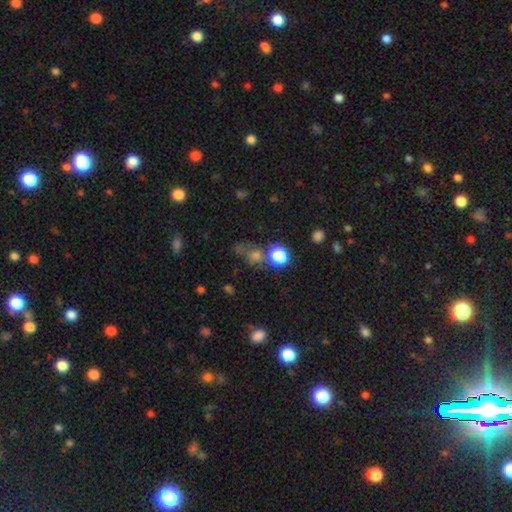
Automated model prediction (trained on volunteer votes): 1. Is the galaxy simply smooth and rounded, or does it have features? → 58% smooth, 31% star or artifact, 11% featured or disk.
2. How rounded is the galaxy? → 80% round, 18% in between, 2% cigar-shaped.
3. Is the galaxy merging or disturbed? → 56% none, 20% merger, 14% minor disturbance, 10% major disturbance.